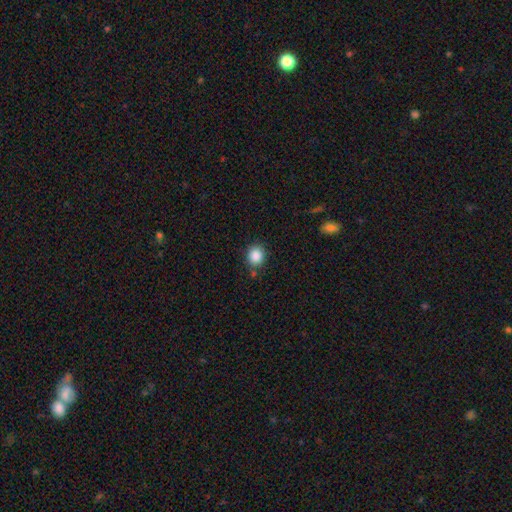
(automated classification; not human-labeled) Smooth or featured? smooth (87%)
How rounded? round (80%)
Merging? none (80%)